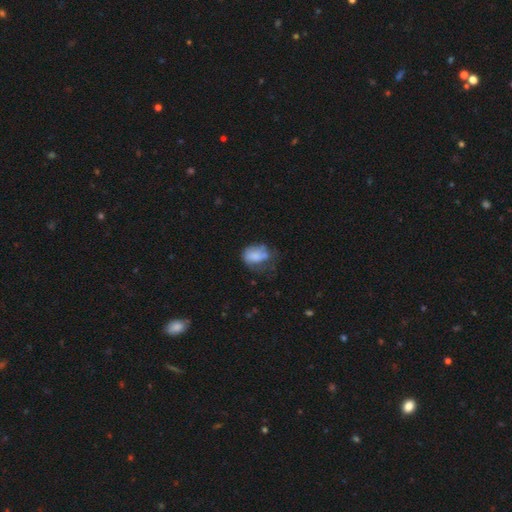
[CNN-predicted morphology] Smooth or featured: smooth — 68% (featured or disk — 23%)
How rounded: in between — 73% (round — 26%)
Merging: minor disturbance — 33% (none — 30%)